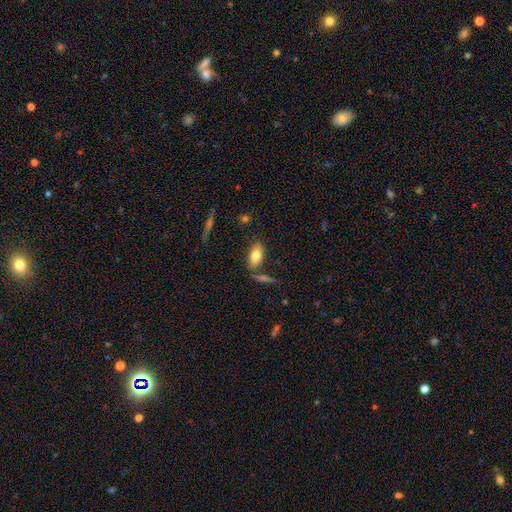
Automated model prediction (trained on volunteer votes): Morphology: type=smooth (77%); roundness=in between (88%); merging=none (75%).